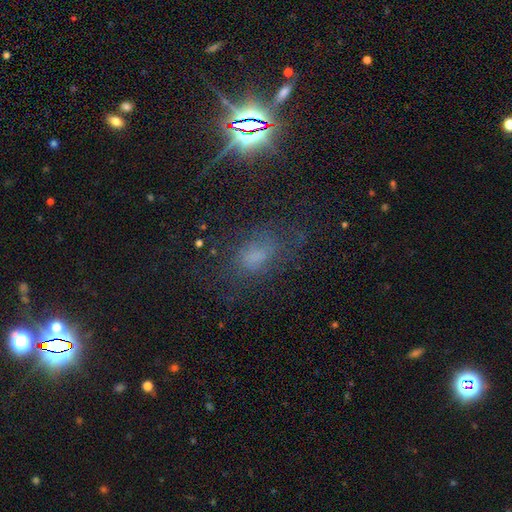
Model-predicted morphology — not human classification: Smooth or featured? Predicted: smooth (p=0.41). Merging? Predicted: none (p=0.61).